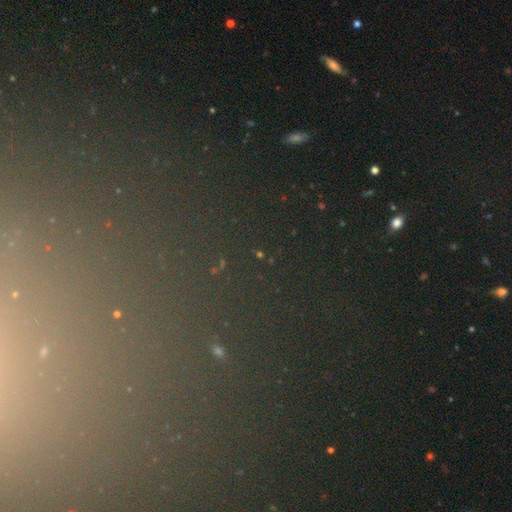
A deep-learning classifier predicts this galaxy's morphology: This is likely a star or artifact rather than a galaxy (74%).